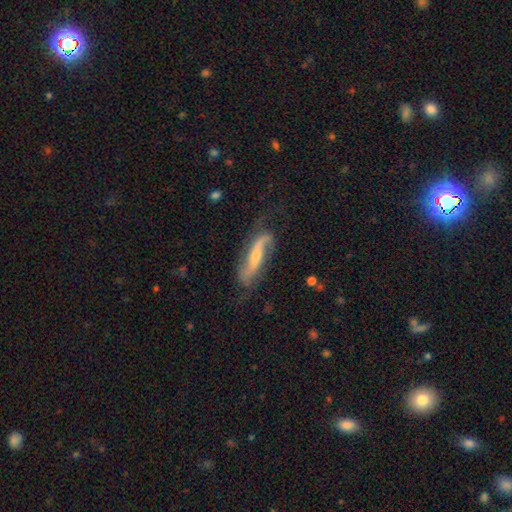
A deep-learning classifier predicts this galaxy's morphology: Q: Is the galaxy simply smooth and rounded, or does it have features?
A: featured or disk — 78%.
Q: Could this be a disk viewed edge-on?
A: no — 78%.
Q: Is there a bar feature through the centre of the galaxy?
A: strong — 36%.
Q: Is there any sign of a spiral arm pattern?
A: yes — 93%.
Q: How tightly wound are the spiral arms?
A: loose — 62%.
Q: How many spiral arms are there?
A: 2 — 87%.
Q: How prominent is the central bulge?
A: small — 47%.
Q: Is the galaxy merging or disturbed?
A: none — 66%.